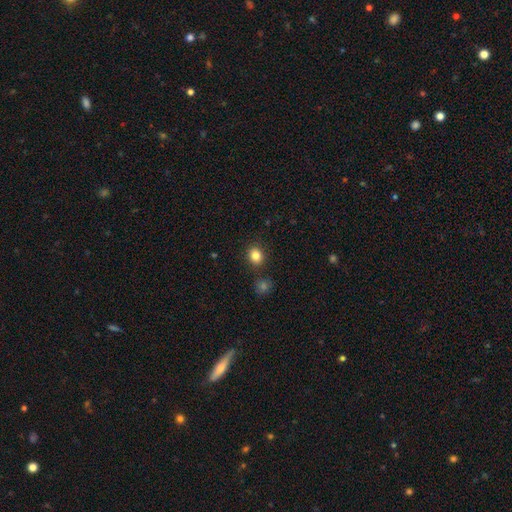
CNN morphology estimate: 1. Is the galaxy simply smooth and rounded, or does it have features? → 83% smooth, 11% star or artifact, 5% featured or disk.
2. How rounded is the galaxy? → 76% round, 23% in between, 1% cigar-shaped.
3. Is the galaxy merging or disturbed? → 86% none, 8% minor disturbance, 4% merger, 2% major disturbance.